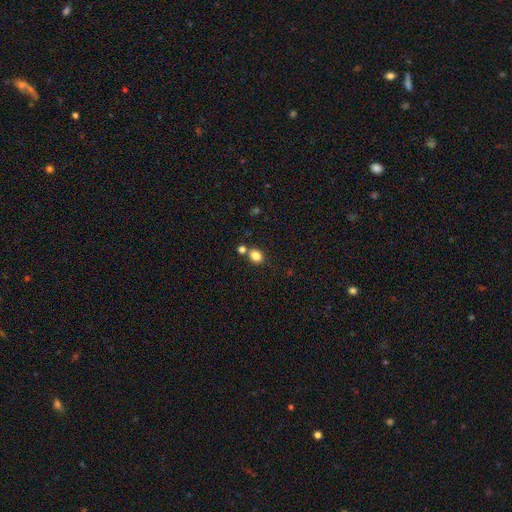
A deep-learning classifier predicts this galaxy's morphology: Q: Smooth or featured?
A: smooth (83%); runner-up: star or artifact (11%)
Q: How rounded?
A: in between (51%); runner-up: round (48%)
Q: Merging?
A: none (66%); runner-up: merger (20%)